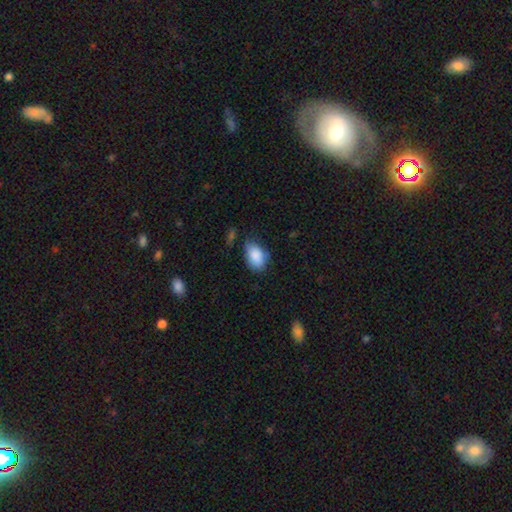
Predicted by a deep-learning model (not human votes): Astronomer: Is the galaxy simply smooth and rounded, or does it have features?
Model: smooth — 87%.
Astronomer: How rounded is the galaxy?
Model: in between — 87%.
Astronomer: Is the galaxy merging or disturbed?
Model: none — 61%.